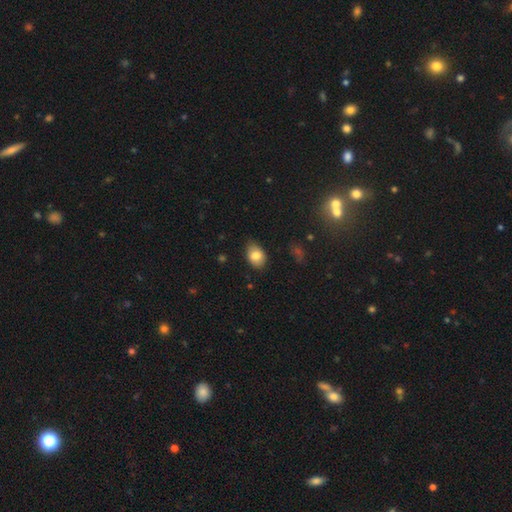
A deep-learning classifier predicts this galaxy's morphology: Q: Smooth or featured?
A: smooth (81%); runner-up: featured or disk (10%)
Q: How rounded?
A: in between (80%); runner-up: round (19%)
Q: Merging?
A: none (78%); runner-up: minor disturbance (18%)